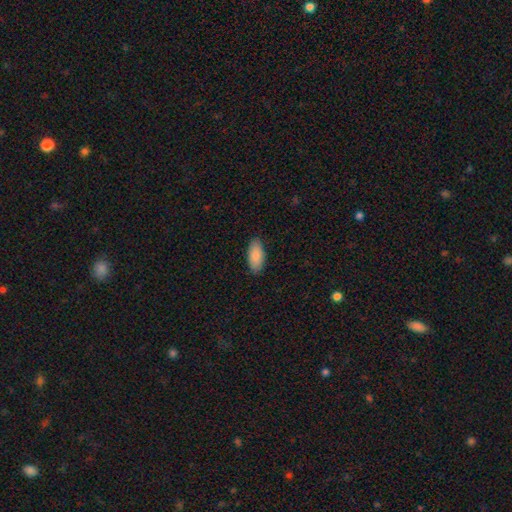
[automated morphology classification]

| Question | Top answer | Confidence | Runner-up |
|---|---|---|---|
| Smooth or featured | smooth | 88% | featured or disk (6%) |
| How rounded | in between | 90% | cigar-shaped (8%) |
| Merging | none | 87% | minor disturbance (10%) |